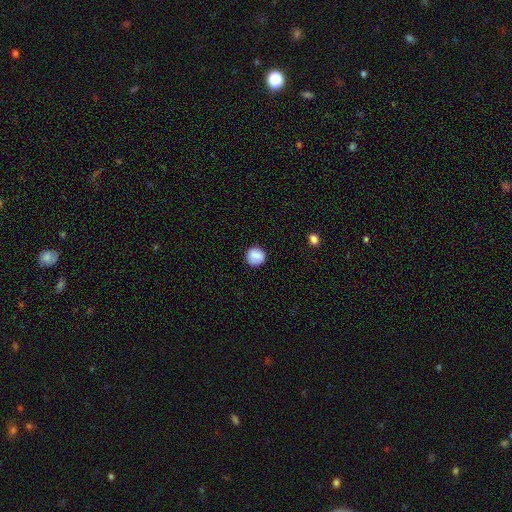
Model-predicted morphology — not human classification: The model was most divided on "smooth or featured": smooth: 86%, star or artifact: 8%, featured or disk: 6%. More confident: how rounded — round (92%); merging — none (88%).